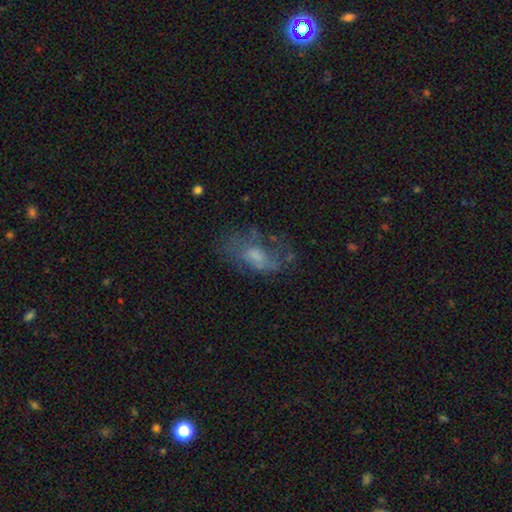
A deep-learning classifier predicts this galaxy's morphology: The model was most divided on "smooth or featured": featured or disk: 47%, smooth: 41%, star or artifact: 12%. Remaining: merging — none (49%).